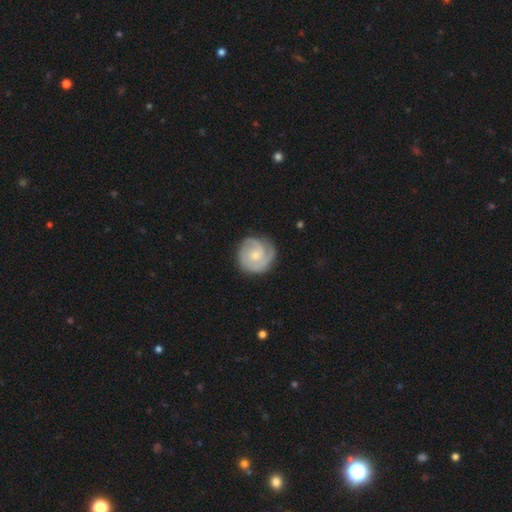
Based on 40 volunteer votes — Smooth or featured?
  - featured or disk: 90% *
  - smooth: 10%
  - star or artifact: 0%
Edge-on disk?
  - no: 100% *
  - yes: 0%
Bar?
  - no: 64% *
  - weak: 25%
  - strong: 11%
Spiral arms?
  - yes: 100% *
  - no: 0%
Spiral winding?
  - tight: 61% *
  - medium: 31%
  - loose: 8%
Spiral arm count?
  - 2: 50% *
  - 3: 28%
  - 1: 8%
  - can't tell: 8%
  - 4: 3%
  - more than 4: 3%
Bulge size?
  - small: 64% *
  - moderate: 33%
  - none: 3%
  - dominant: 0%
  - large: 0%
Merging?
  - none: 90% *
  - minor disturbance: 10%
  - major disturbance: 0%
  - merger: 0%